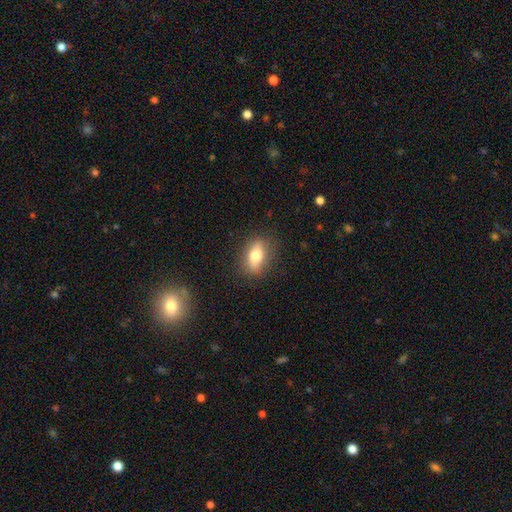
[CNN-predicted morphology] This appears to be a smooth galaxy with no disk features (71%) that is in between round and cigar-shaped (79%). Merging: none (83%).